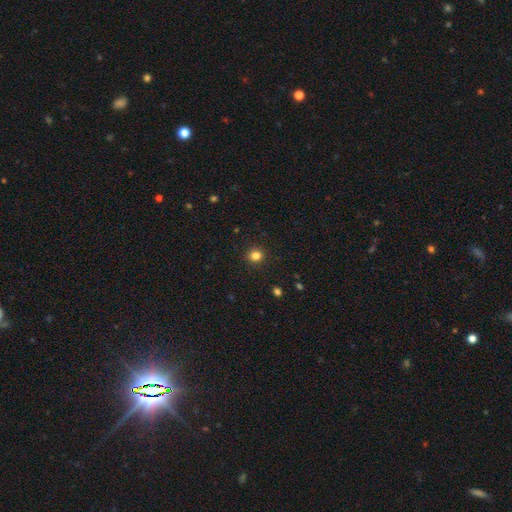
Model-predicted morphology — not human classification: This is clearly a smooth galaxy (83%). How rounded: clearly round (88%). Merging: clearly none (92%).